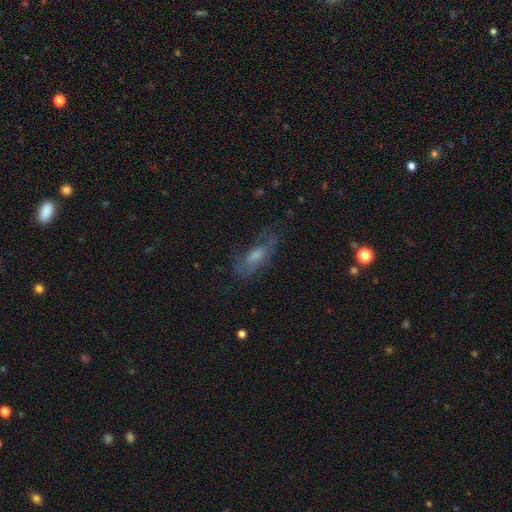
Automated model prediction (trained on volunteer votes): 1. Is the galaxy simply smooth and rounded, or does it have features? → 44% featured or disk, 40% smooth, 15% star or artifact.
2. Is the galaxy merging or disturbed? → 57% none, 24% minor disturbance, 17% major disturbance, 2% merger.